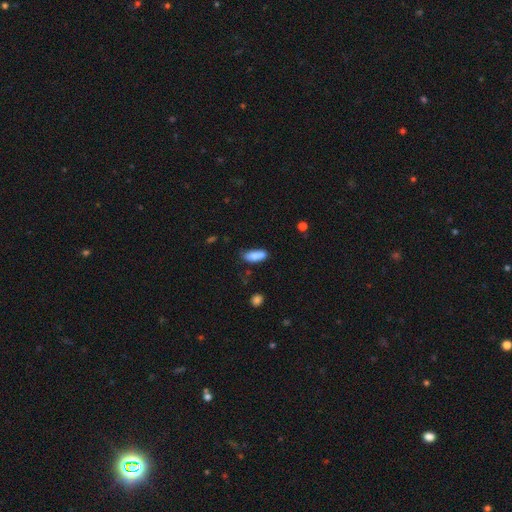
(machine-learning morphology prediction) A smooth galaxy with no disk features (79%) that is in between round and cigar-shaped (69%).

Vote fractions:
- Smooth or featured? smooth: 79% / featured or disk: 13% / star or artifact: 8%
- How rounded? in between: 69% / cigar-shaped: 28% / round: 3%
- Merging? none: 47% / merger: 23% / minor disturbance: 22% / major disturbance: 7%